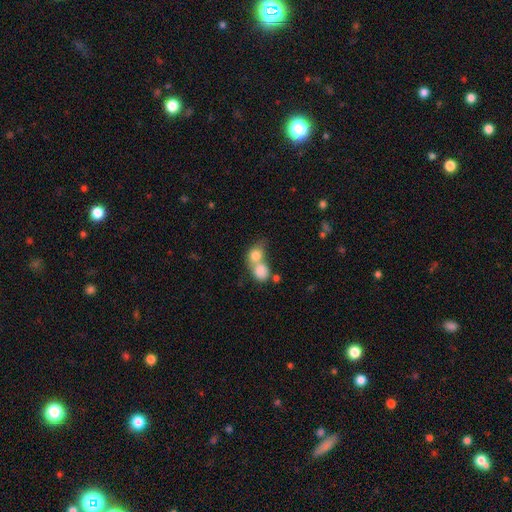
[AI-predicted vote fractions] The model was most divided on "how rounded": round: 59%, in between: 39%, cigar-shaped: 2%. More confident: smooth or featured — smooth (79%); merging — merger (71%).